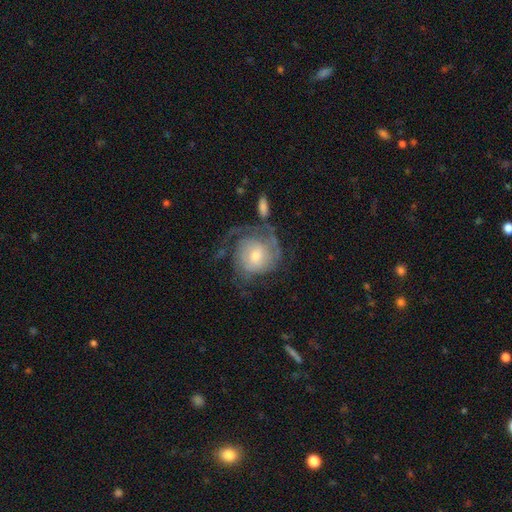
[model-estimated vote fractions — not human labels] A featured or disk galaxy (79%) with no bar (69%), 2 (35%) tight (53%) spiral arms (92%) and a moderate central bulge (48%). Merging: none (51%).